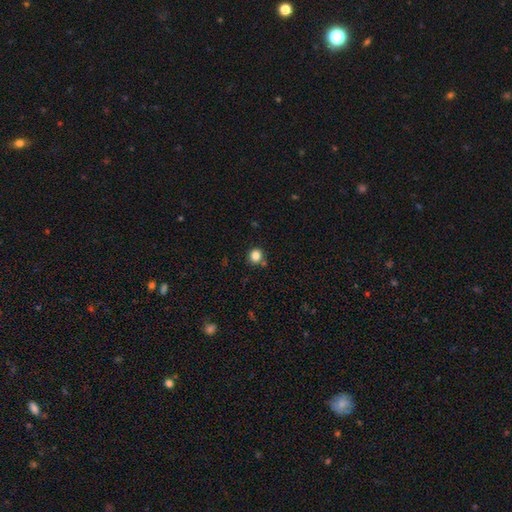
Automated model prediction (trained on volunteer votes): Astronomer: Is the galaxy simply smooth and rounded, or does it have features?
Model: smooth — 84%.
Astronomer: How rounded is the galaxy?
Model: round — 85%.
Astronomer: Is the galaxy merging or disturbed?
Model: none — 80%.